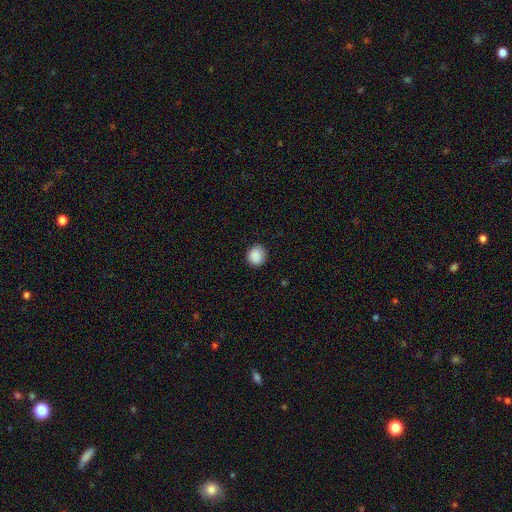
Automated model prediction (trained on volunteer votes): Morphology: type=smooth (89%); roundness=round (87%); merging=none (88%).